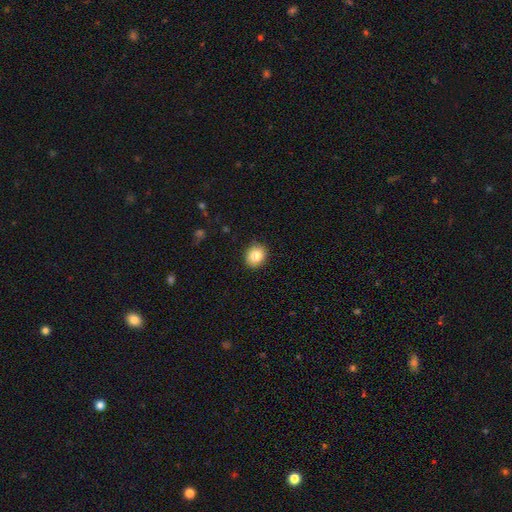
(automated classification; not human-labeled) Smooth or featured: smooth — 84% (star or artifact — 9%)
How rounded: round — 65% (in between — 34%)
Merging: none — 90% (minor disturbance — 7%)